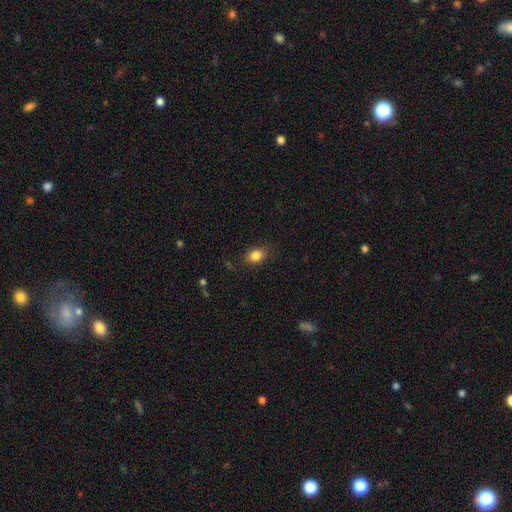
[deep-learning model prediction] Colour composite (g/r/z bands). It shows a smooth galaxy with no disk features (84%) that is in between round and cigar-shaped (68%). Merging: none (82%).